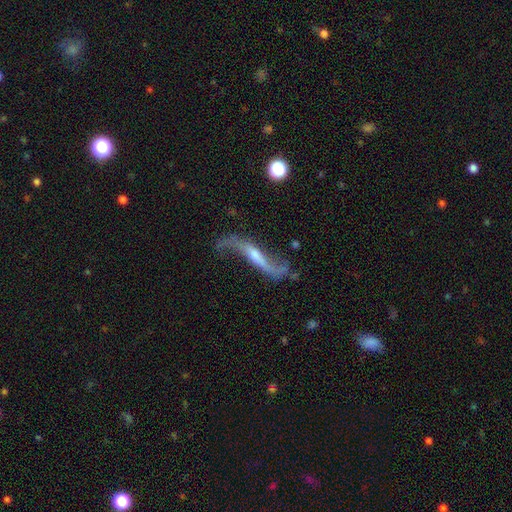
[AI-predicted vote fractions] The model was most divided on "bar": weak: 36%, no: 34%, strong: 30%. Remaining: spiral winding — loose (94%); spiral arms — yes (93%); spiral arm count — 2 (91%); smooth or featured — featured or disk (85%); edge-on disk — no (73%); merging — none (60%); bulge size — small (43%).